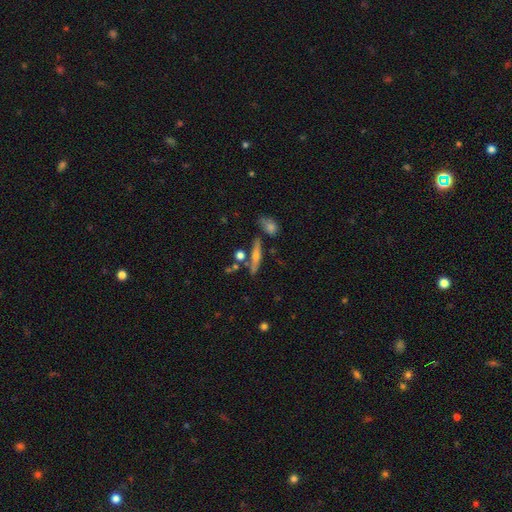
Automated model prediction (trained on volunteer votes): A featured or disk galaxy (58%) viewed edge-on (91%) with a rounded central bulge (84%). Merging: none (74%).